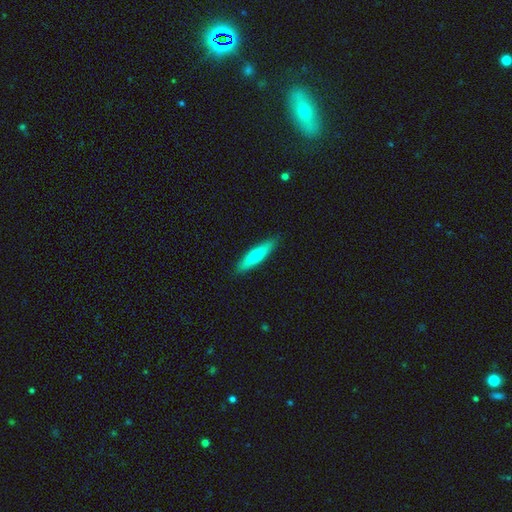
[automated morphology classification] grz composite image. It shows a smooth galaxy with no disk features (61%) that is cigar-shaped (82%). Merging: none (89%).